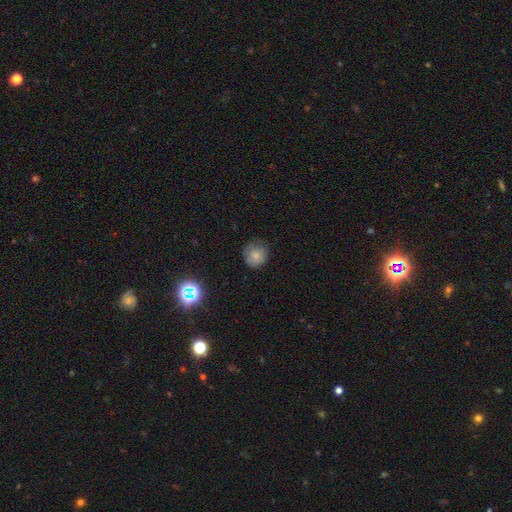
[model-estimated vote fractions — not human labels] Overall: smooth (76%). How rounded: round (87%). Merging: none (74%).